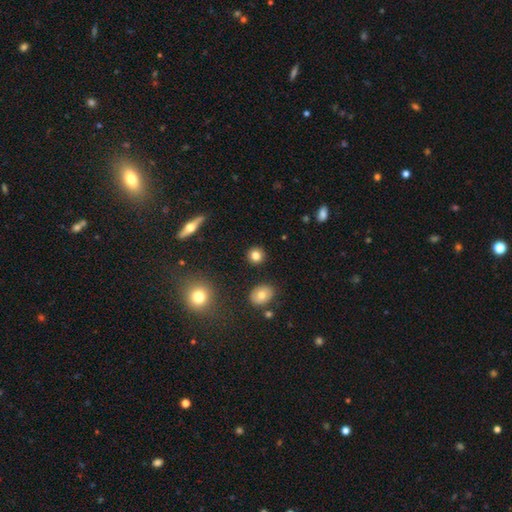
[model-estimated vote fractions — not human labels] A smooth galaxy with no disk features (81%) that is round (89%). Merging: none (90%).